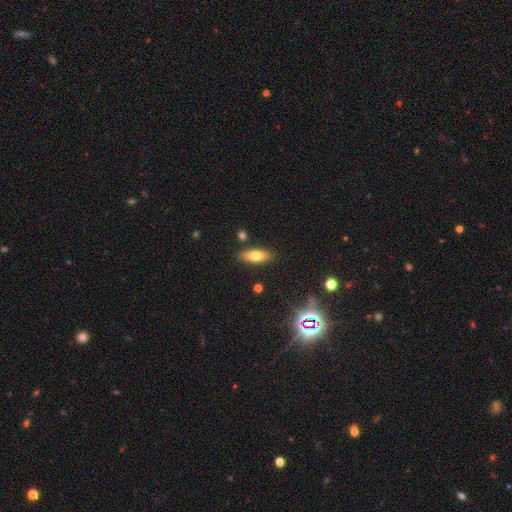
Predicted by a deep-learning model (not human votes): smooth-or-featured: smooth: 67% | featured or disk: 25% | star or artifact: 9%
  how-rounded: in between: 68% | cigar-shaped: 29% | round: 3%
  merging: none: 85% | minor disturbance: 9% | merger: 3% | major disturbance: 2%